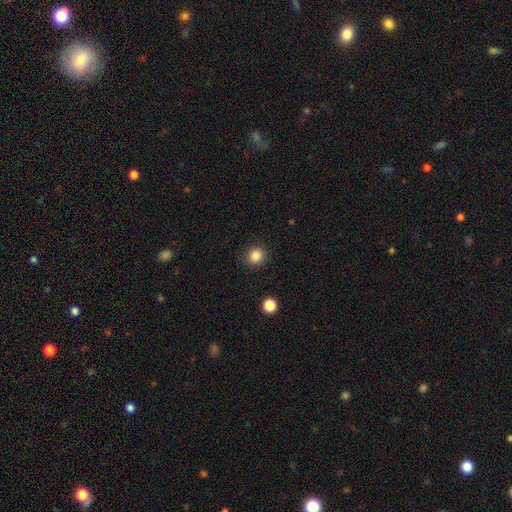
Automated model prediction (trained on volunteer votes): smooth_or_featured: smooth (p=0.85) [alt: star or artifact p=0.11]
how_rounded: round (p=0.82) [alt: in between p=0.17]
merging: none (p=0.89) [alt: minor disturbance p=0.07]